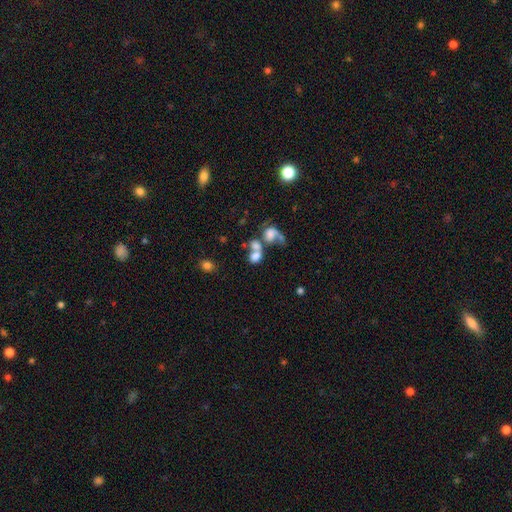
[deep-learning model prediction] smooth_or_featured: smooth (p=0.66) [alt: featured or disk p=0.21]
how_rounded: in between (p=0.52) [alt: round p=0.46]
merging: merger (p=0.61) [alt: none p=0.19]